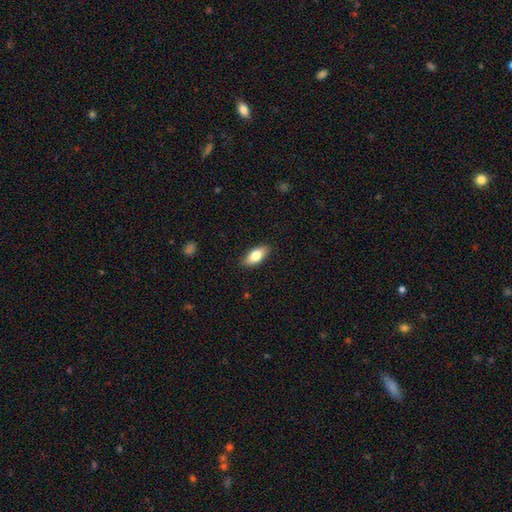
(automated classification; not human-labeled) This is likely a smooth galaxy (80%). How rounded: clearly in between (86%). Merging: clearly none (88%).